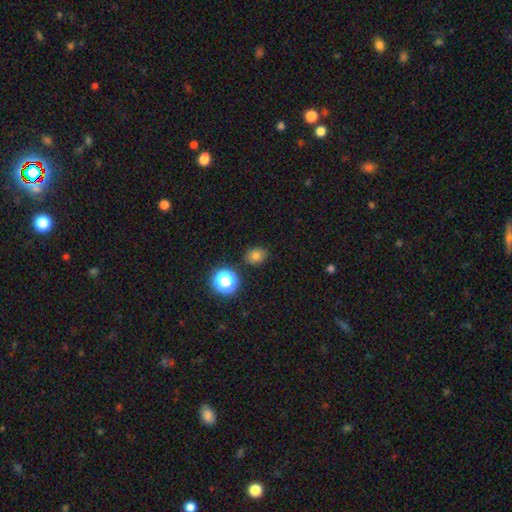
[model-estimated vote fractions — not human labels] This is likely a smooth galaxy (76%). How rounded: possibly round (58%). Merging: clearly none (84%).